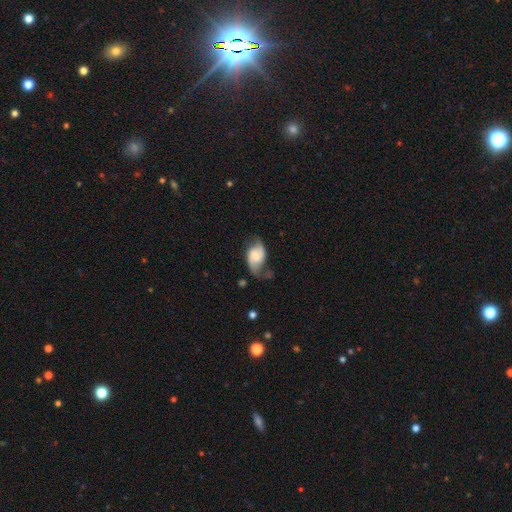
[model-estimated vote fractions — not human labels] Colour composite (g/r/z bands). It shows a featured or disk galaxy (62%) with no bar (47%), 2 (85%) loose (46%) spiral arms (90%) and a small central bulge (33%). Merging: none (47%).